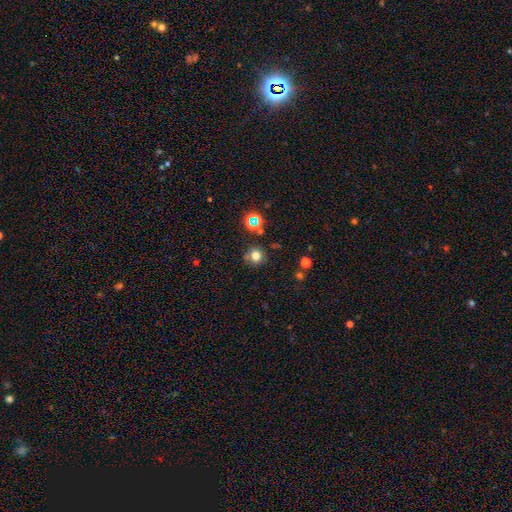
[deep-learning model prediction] Morphology: type=smooth (73%); roundness=round (89%); merging=none (79%).